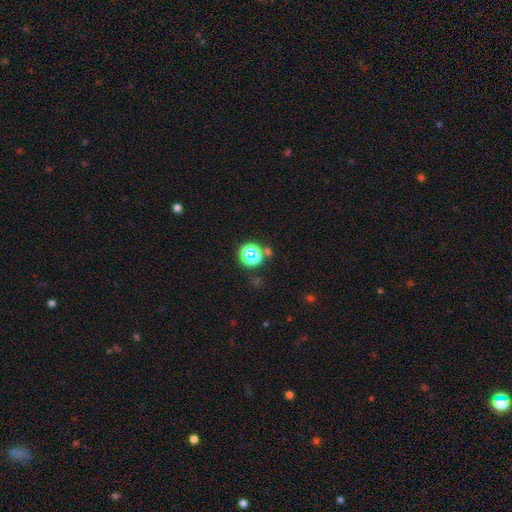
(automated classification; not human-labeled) smooth_or_featured: star or artifact (p=0.63) [alt: smooth p=0.29]